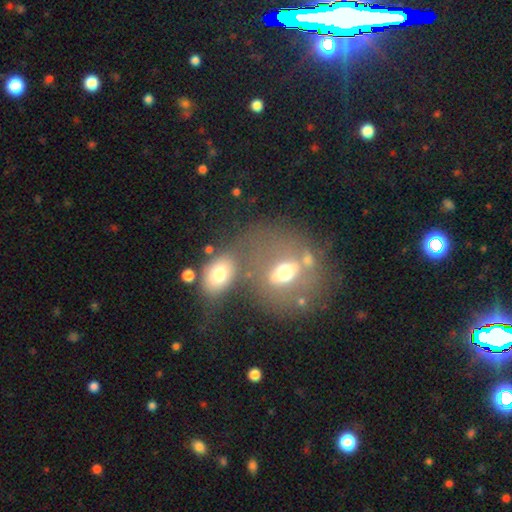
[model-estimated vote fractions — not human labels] A smooth galaxy with no disk features (46%).

Vote fractions:
- Smooth or featured? smooth: 46% / featured or disk: 38% / star or artifact: 16%
- Merging? merger: 43% / none: 35% / minor disturbance: 12% / major disturbance: 10%